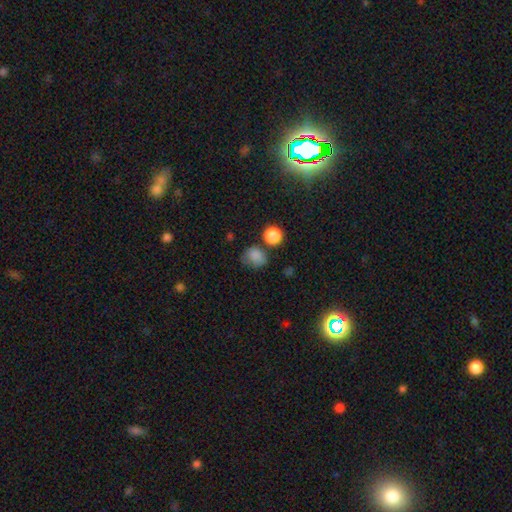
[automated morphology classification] A smooth galaxy with no disk features (80%) that is round (61%). Merging: none (54%).